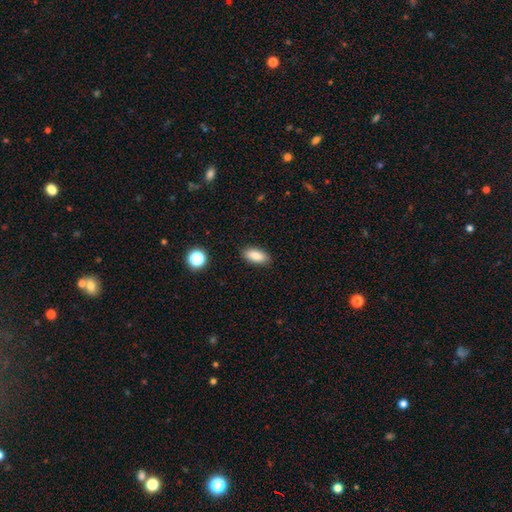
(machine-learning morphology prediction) Smooth or featured?
  - smooth: 86% *
  - star or artifact: 8%
  - featured or disk: 6%
How rounded?
  - in between: 87% *
  - cigar-shaped: 10%
  - round: 3%
Merging?
  - none: 88% *
  - minor disturbance: 8%
  - major disturbance: 2%
  - merger: 1%